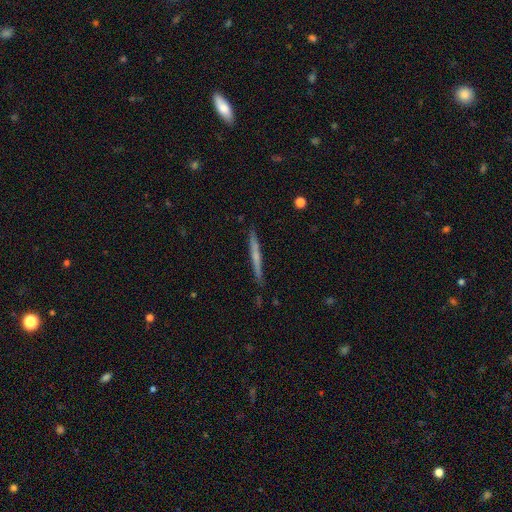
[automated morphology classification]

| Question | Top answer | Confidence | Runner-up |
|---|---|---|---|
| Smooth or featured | featured or disk | 48% | smooth (46%) |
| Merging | none | 87% | minor disturbance (9%) |